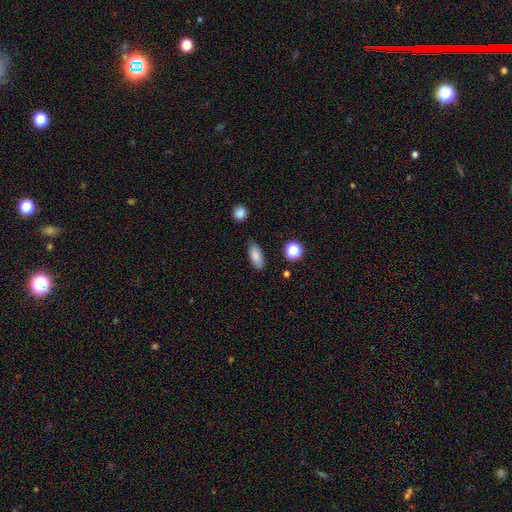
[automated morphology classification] smooth 83%, star or artifact 9%, featured or disk 8%. Down the decision tree: how rounded — in between (84%); merging — none (84%).